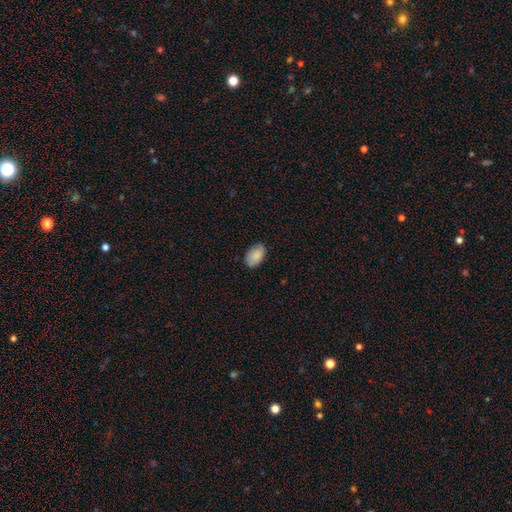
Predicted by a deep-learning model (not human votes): Overall: smooth (84%). How rounded: in between (91%). Merging: none (82%).